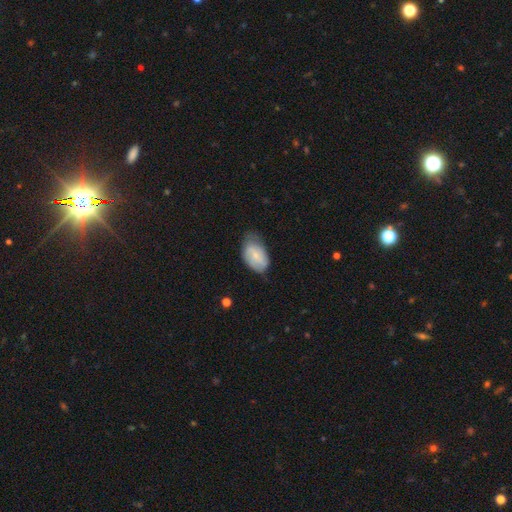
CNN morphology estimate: This is likely a smooth galaxy (61%). How rounded: clearly in between (91%). Merging: possibly none (48%).